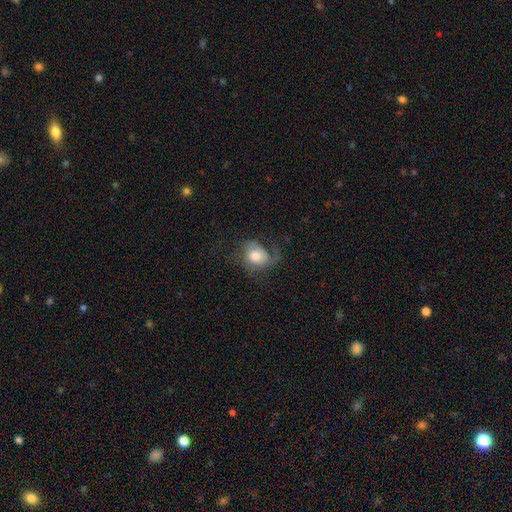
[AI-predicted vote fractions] Smooth or featured? Predicted: featured or disk (p=0.53). Edge-on disk? Predicted: no (p=0.97). Bar? Predicted: no (p=0.76). Spiral arms? Predicted: yes (p=0.86). Bulge size? Predicted: moderate (p=0.51). Merging? Predicted: none (p=0.45).